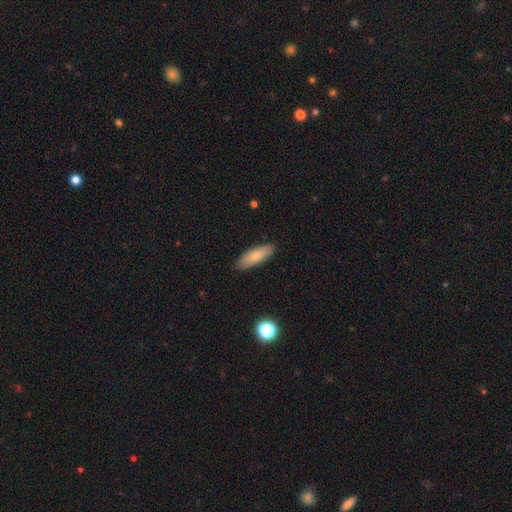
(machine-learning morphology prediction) type=smooth (78%); roundness=in between (61%); merging=none (87%).